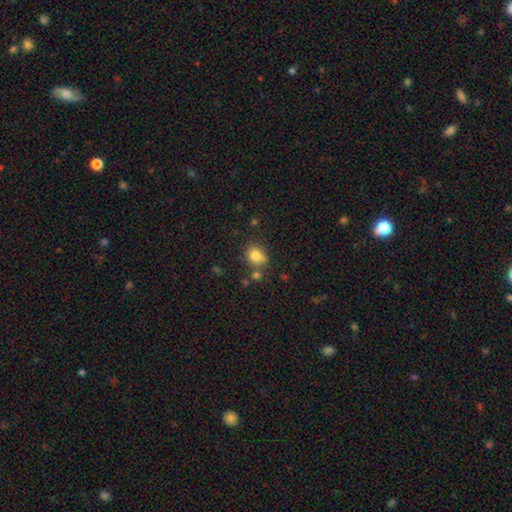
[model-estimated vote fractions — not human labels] Smooth or featured: smooth — 80% (star or artifact — 12%)
How rounded: round — 66% (in between — 33%)
Merging: none — 64% (minor disturbance — 16%)